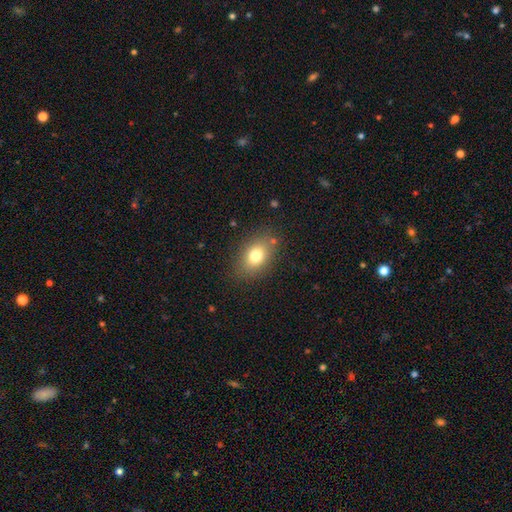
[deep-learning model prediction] Smooth or featured?
  - smooth: 76% *
  - featured or disk: 13%
  - star or artifact: 10%
How rounded?
  - in between: 77% *
  - round: 21%
  - cigar-shaped: 2%
Merging?
  - none: 82% *
  - minor disturbance: 12%
  - major disturbance: 4%
  - merger: 2%